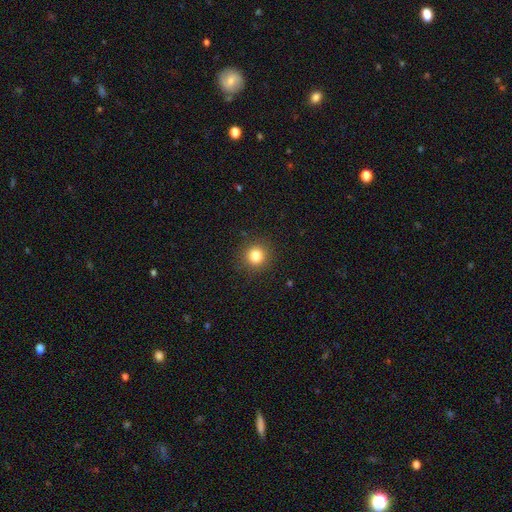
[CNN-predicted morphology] Smooth or featured? Predicted: smooth (p=0.83). How rounded? Predicted: round (p=0.93). Merging? Predicted: none (p=0.91).